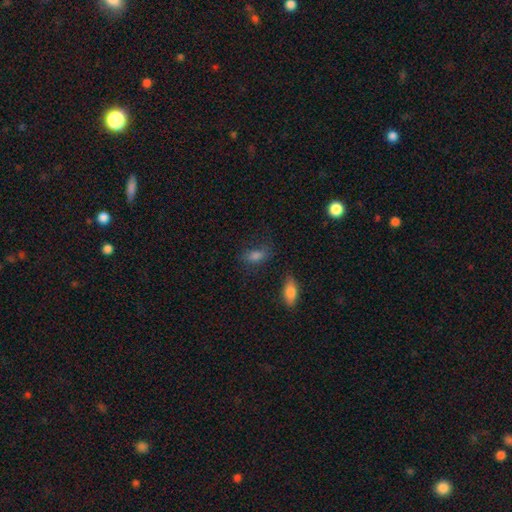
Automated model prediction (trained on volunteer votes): Smooth or featured: smooth — 77% (star or artifact — 13%)
How rounded: in between — 82% (round — 10%)
Merging: none — 67% (minor disturbance — 21%)